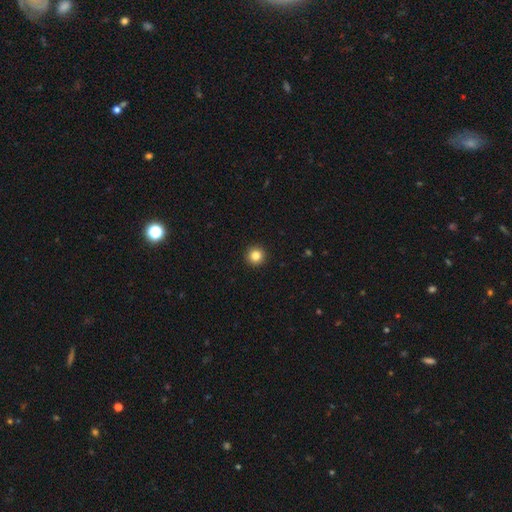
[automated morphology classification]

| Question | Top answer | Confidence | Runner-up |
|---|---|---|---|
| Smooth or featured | smooth | 84% | star or artifact (11%) |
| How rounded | round | 96% | in between (3%) |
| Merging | none | 94% | minor disturbance (4%) |